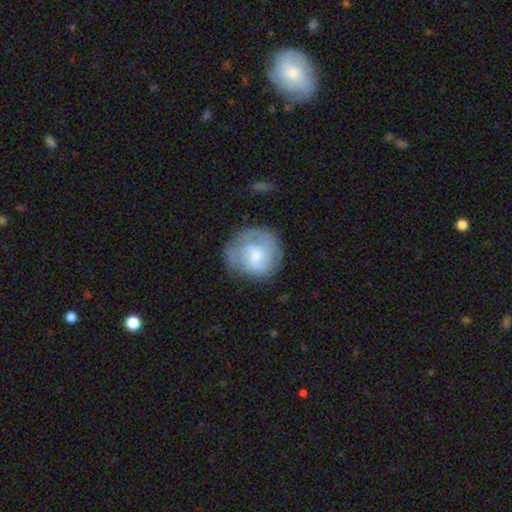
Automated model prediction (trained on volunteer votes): Smooth or featured? Predicted: smooth (p=0.50). Merging? Predicted: none (p=0.63).